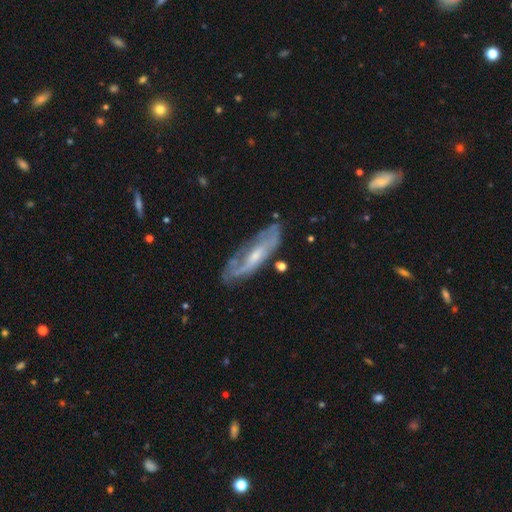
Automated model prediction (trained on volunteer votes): This is likely a featured or disk galaxy (71%). It is likely not viewed edge-on (75%). Bar: possibly no (47%). Spiral arm pattern: likely yes (78%). Central bulge: possibly small (54%). Merging: likely none (64%).